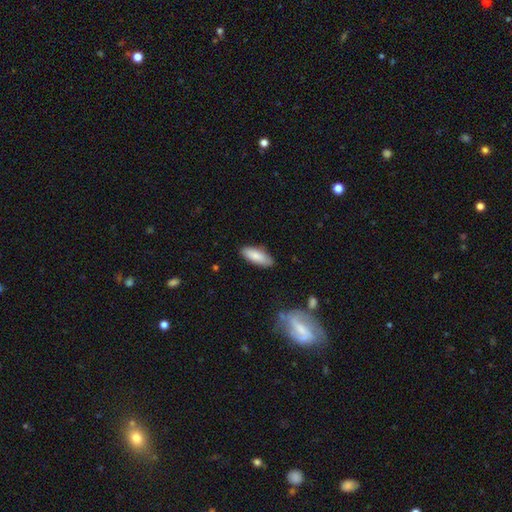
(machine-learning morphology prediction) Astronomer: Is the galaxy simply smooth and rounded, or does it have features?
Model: smooth — 85%.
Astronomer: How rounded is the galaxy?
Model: in between — 72%.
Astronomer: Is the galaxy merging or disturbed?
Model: none — 84%.